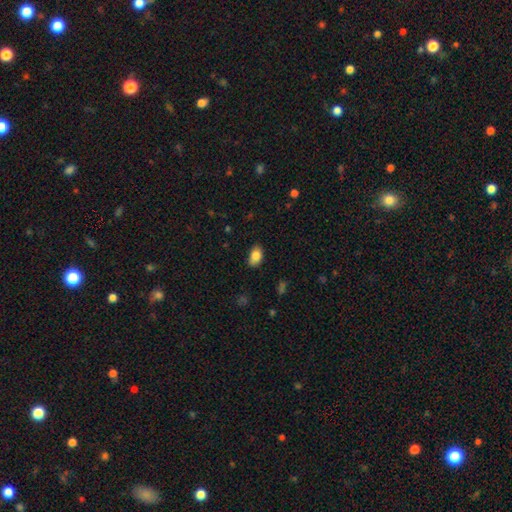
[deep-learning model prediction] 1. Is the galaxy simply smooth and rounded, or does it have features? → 85% smooth, 8% star or artifact, 7% featured or disk.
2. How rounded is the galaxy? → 89% in between, 9% round, 2% cigar-shaped.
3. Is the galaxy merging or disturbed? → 82% none, 14% minor disturbance, 3% major disturbance, 1% merger.